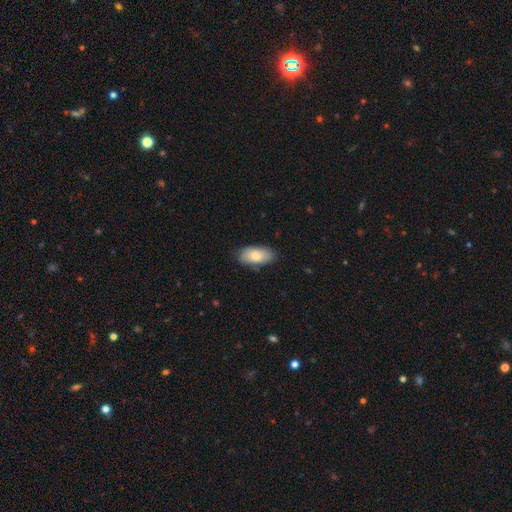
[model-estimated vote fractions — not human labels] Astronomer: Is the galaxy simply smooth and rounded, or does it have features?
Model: smooth — 77%.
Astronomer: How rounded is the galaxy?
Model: in between — 92%.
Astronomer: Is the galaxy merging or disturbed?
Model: none — 82%.